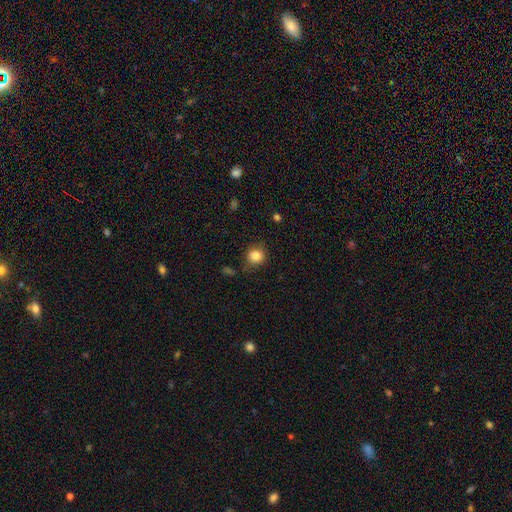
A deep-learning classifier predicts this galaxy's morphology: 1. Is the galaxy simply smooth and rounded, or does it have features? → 84% smooth, 11% star or artifact, 5% featured or disk.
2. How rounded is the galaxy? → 83% round, 16% in between, 1% cigar-shaped.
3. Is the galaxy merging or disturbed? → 77% none, 16% minor disturbance, 4% major disturbance, 2% merger.